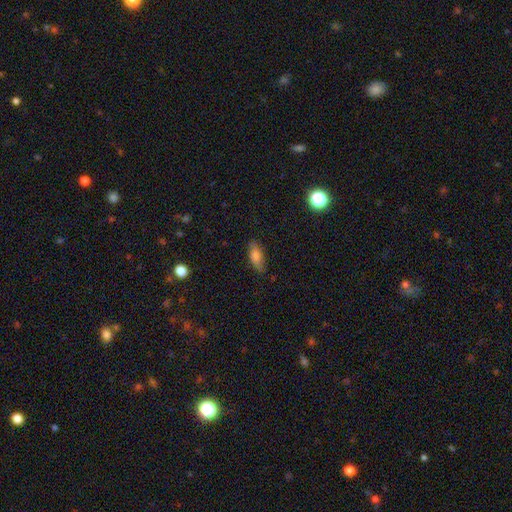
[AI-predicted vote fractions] smooth_or_featured: smooth (p=0.77) [alt: featured or disk p=0.15]
how_rounded: in between (p=0.72) [alt: cigar-shaped p=0.25]
merging: none (p=0.81) [alt: minor disturbance p=0.15]